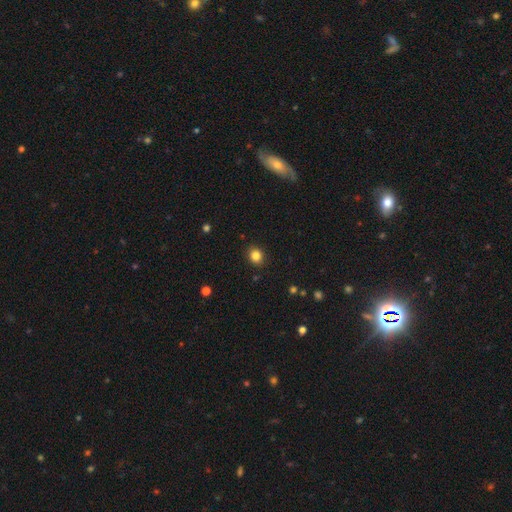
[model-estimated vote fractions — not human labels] Q: Smooth or featured?
A: smooth (84%); runner-up: star or artifact (11%)
Q: How rounded?
A: round (69%); runner-up: in between (30%)
Q: Merging?
A: none (90%); runner-up: minor disturbance (7%)